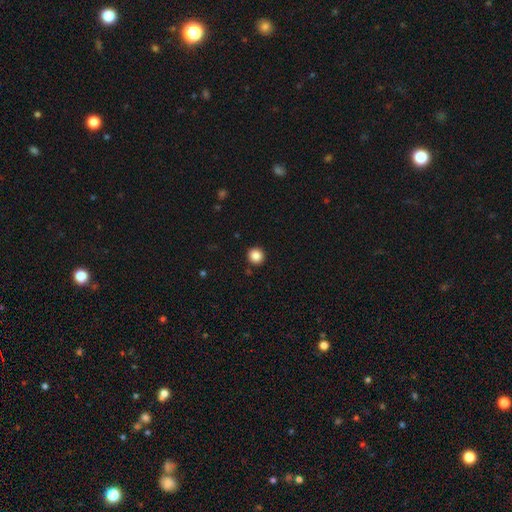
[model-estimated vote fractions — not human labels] This is clearly a smooth galaxy (87%). How rounded: clearly round (93%). Merging: clearly none (92%).